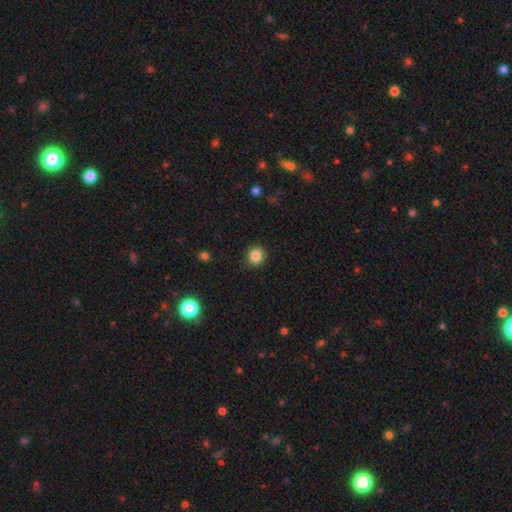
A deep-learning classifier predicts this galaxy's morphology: type=smooth (85%); roundness=round (91%); merging=none (91%).